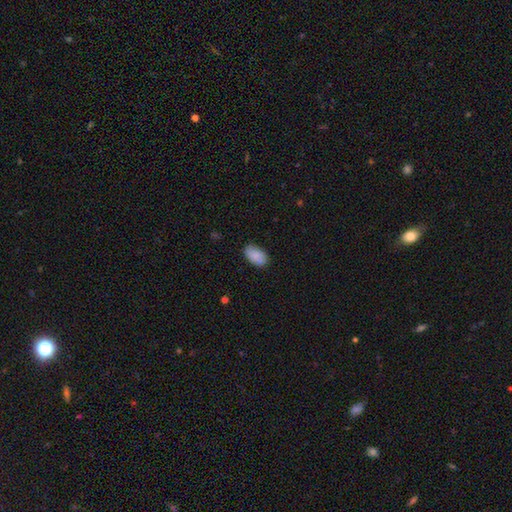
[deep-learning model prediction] The model was most divided on "merging": none: 76%, minor disturbance: 17%, merger: 4%, major disturbance: 3%. More confident: how rounded — in between (93%); smooth or featured — smooth (82%).